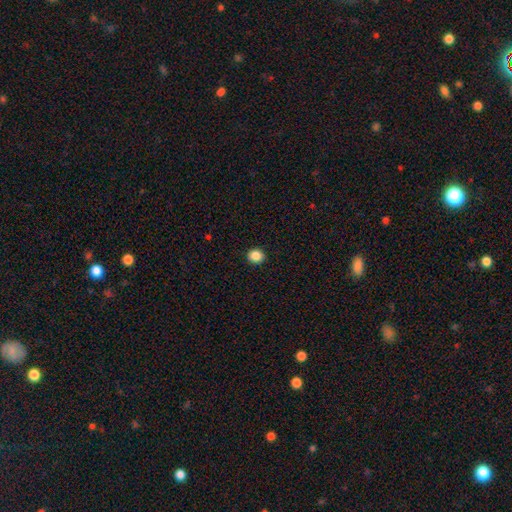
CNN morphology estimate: type=smooth (87%); roundness=round (82%); merging=none (93%).